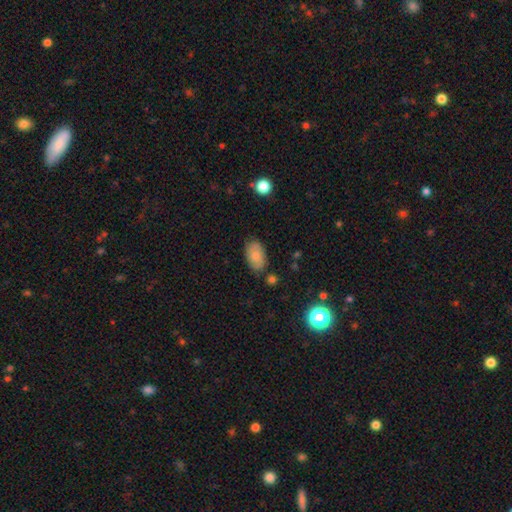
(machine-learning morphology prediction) Overall: smooth (82%). How rounded: in between (93%). Merging: none (78%).